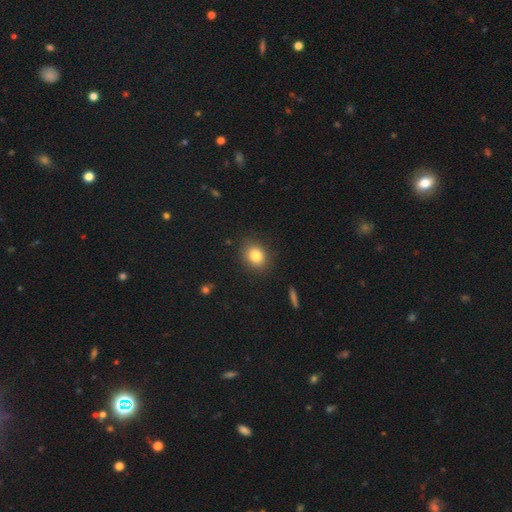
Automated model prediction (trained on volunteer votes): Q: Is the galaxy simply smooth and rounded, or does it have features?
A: smooth — 81%.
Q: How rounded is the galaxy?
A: round — 58%.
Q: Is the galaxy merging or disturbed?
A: none — 88%.